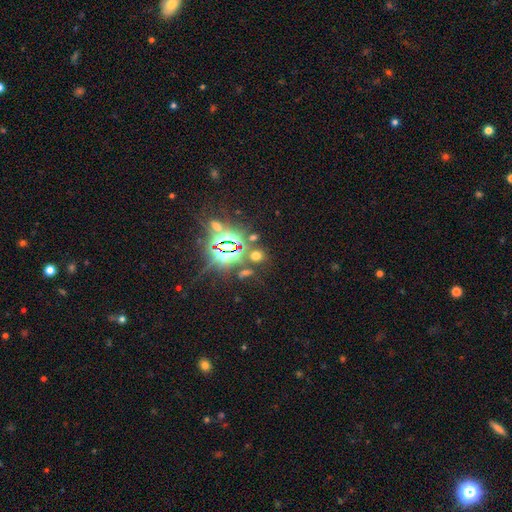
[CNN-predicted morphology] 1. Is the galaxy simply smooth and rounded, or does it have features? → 52% star or artifact, 41% smooth, 8% featured or disk.